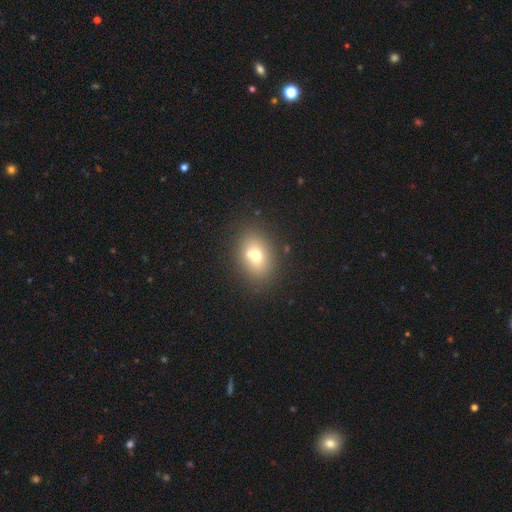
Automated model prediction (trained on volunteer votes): A smooth galaxy with no disk features (68%) that is in between round and cigar-shaped (65%).

Vote fractions:
- Smooth or featured? smooth: 68% / featured or disk: 19% / star or artifact: 13%
- How rounded? in between: 65% / round: 34% / cigar-shaped: 1%
- Merging? none: 69% / merger: 16% / minor disturbance: 11% / major disturbance: 4%